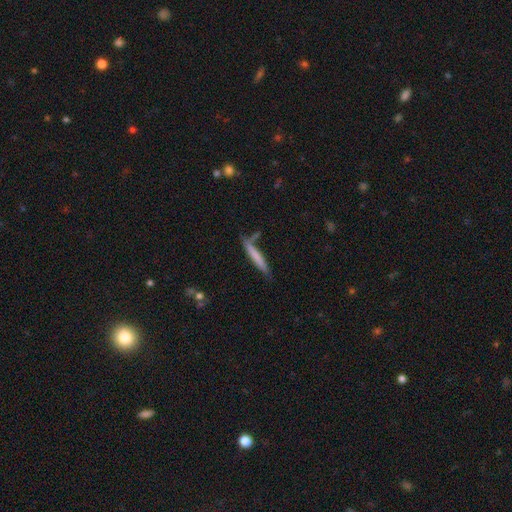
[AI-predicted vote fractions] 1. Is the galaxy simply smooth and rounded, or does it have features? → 64% smooth, 29% featured or disk, 6% star or artifact.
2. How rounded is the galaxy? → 94% cigar-shaped, 5% in between, 1% round.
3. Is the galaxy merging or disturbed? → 67% none, 18% minor disturbance, 10% merger, 5% major disturbance.